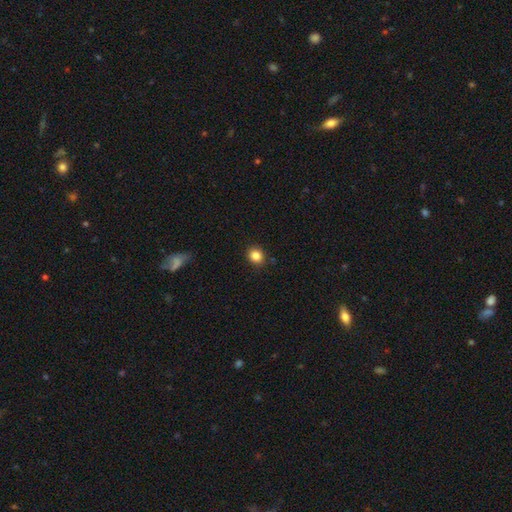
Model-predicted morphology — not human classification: Q: Smooth or featured?
A: smooth (85%); runner-up: star or artifact (11%)
Q: How rounded?
A: round (77%); runner-up: in between (22%)
Q: Merging?
A: none (88%); runner-up: minor disturbance (8%)